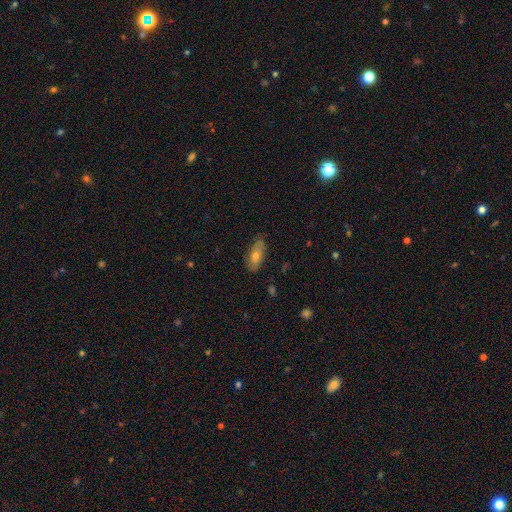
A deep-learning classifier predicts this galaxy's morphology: type=smooth (61%); roundness=in between (81%); merging=none (81%).